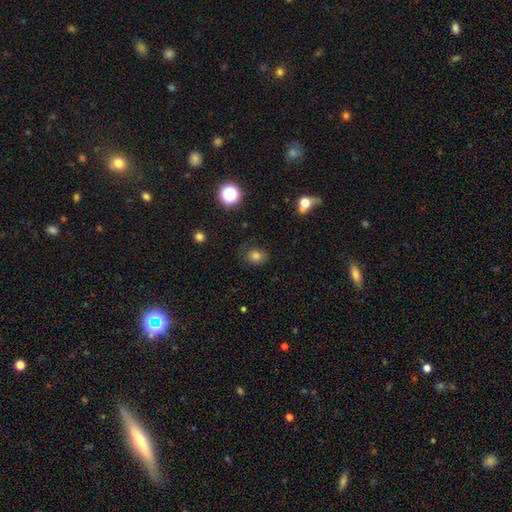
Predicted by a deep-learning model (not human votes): A smooth galaxy with no disk features (78%) that is in between round and cigar-shaped (50%).

Vote fractions:
- Smooth or featured? smooth: 78% / star or artifact: 14% / featured or disk: 7%
- How rounded? in between: 50% / round: 49% / cigar-shaped: 1%
- Merging? none: 72% / minor disturbance: 20% / major disturbance: 7% / merger: 2%